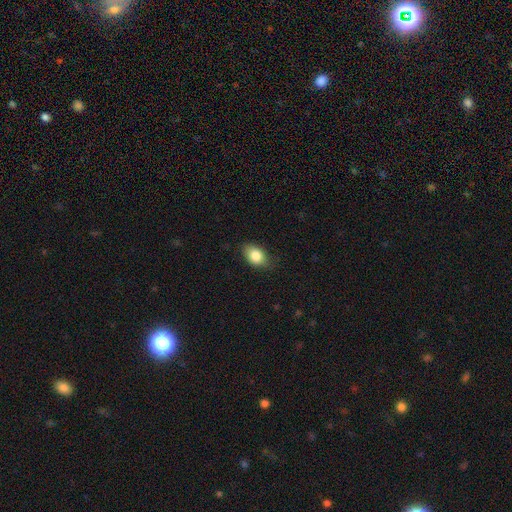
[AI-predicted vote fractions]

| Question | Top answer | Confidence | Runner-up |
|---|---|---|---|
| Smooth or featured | smooth | 84% | star or artifact (8%) |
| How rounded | in between | 81% | round (17%) |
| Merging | none | 77% | minor disturbance (18%) |